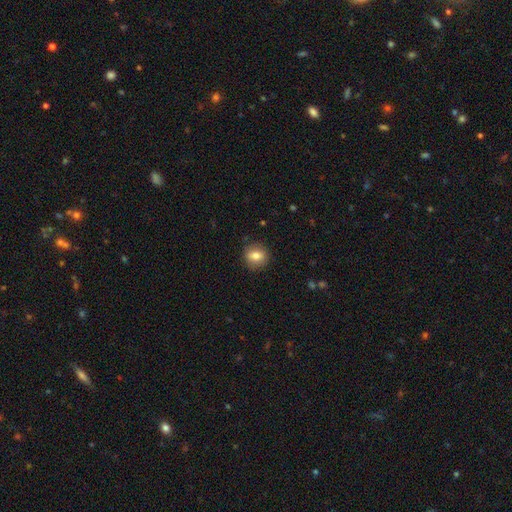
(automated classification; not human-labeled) Overall: smooth (79%). How rounded: round (75%). Merging: none (87%).